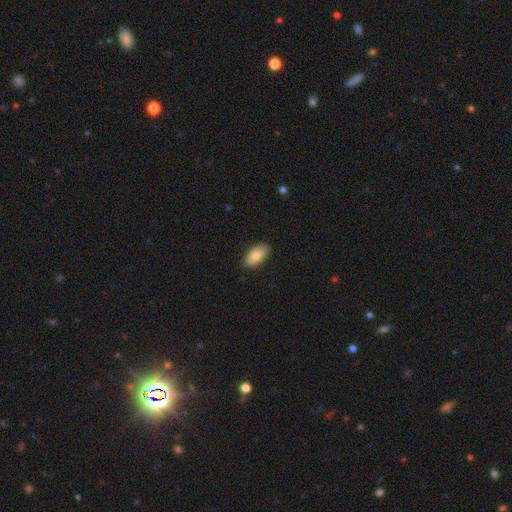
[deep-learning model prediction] A smooth galaxy with no disk features (81%) that is in between round and cigar-shaped (92%).

Vote fractions:
- Smooth or featured? smooth: 81% / featured or disk: 12% / star or artifact: 6%
- How rounded? in between: 92% / cigar-shaped: 5% / round: 3%
- Merging? none: 86% / minor disturbance: 11% / major disturbance: 2% / merger: 1%